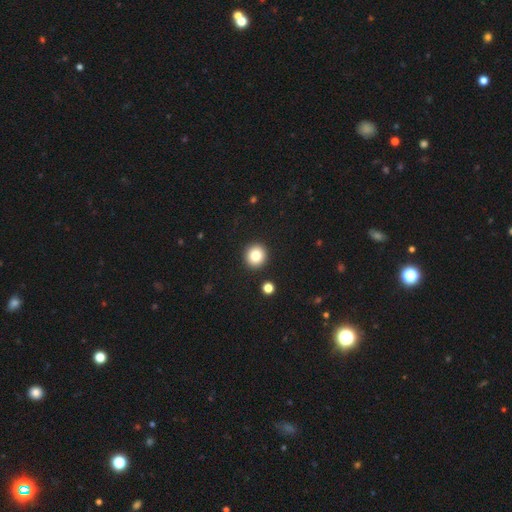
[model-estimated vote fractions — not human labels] A smooth galaxy with no disk features (83%) that is round (93%).

Vote fractions:
- Smooth or featured? smooth: 83% / star or artifact: 10% / featured or disk: 7%
- How rounded? round: 93% / in between: 6% / cigar-shaped: 1%
- Merging? none: 91% / minor disturbance: 5% / merger: 2% / major disturbance: 2%